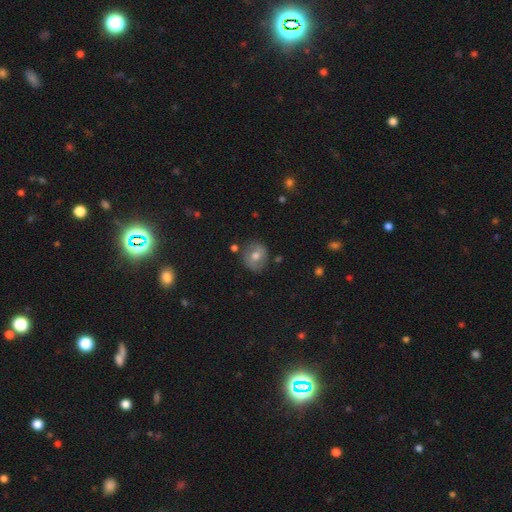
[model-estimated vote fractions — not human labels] smooth-or-featured: smooth: 56% | featured or disk: 33% | star or artifact: 11%
  how-rounded: round: 76% | in between: 23% | cigar-shaped: 1%
  merging: none: 79% | minor disturbance: 15% | major disturbance: 4% | merger: 3%